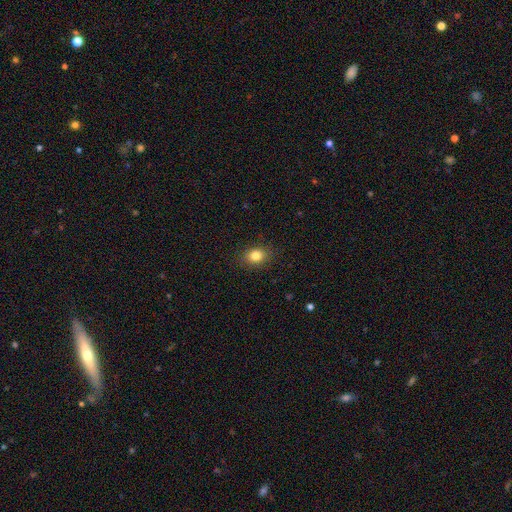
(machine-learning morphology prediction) smooth-or-featured: smooth: 83% | star or artifact: 11% | featured or disk: 6%
  how-rounded: round: 51% | in between: 48% | cigar-shaped: 1%
  merging: none: 89% | minor disturbance: 8% | major disturbance: 2% | merger: 1%